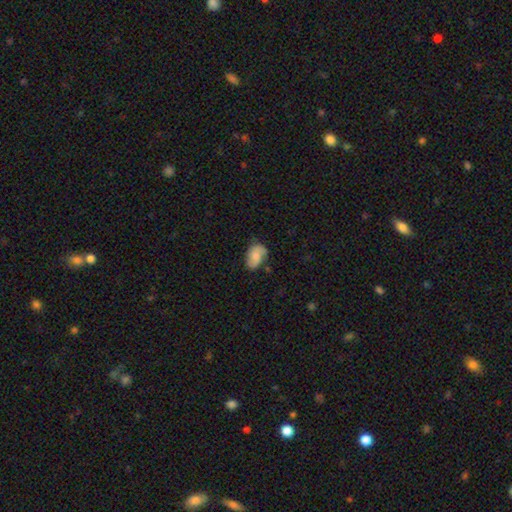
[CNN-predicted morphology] A smooth galaxy with no disk features (56%) that is in between round and cigar-shaped (88%).

Vote fractions:
- Smooth or featured? smooth: 56% / featured or disk: 36% / star or artifact: 8%
- How rounded? in between: 88% / round: 11% / cigar-shaped: 1%
- Merging? none: 61% / minor disturbance: 28% / major disturbance: 9% / merger: 3%